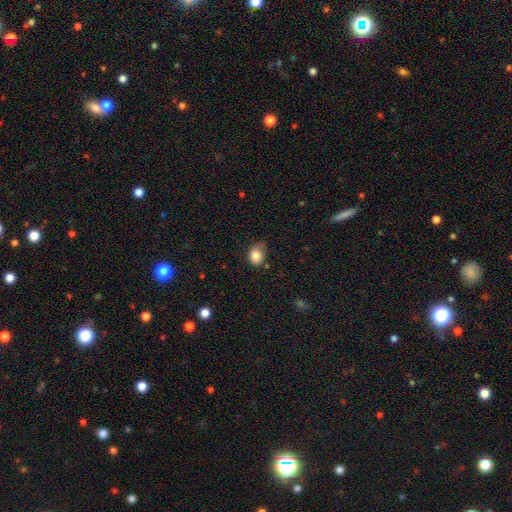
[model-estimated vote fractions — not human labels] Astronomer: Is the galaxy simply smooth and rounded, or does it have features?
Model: smooth — 82%.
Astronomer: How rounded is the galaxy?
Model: round — 50% (runner-up: in between, 49%).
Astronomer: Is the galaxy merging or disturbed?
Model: none — 50% (runner-up: minor disturbance, 36%).